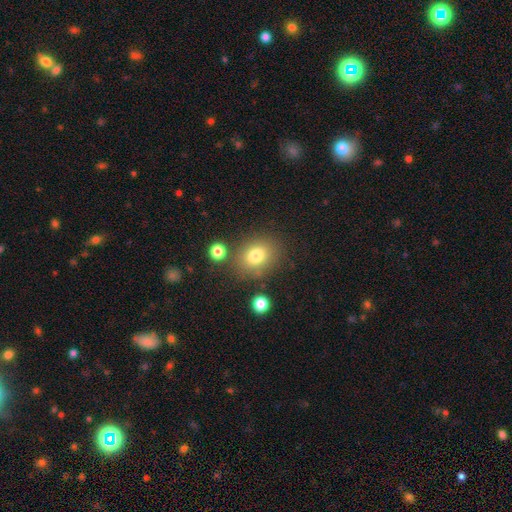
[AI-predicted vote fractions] Smooth or featured? smooth (78%)
How rounded? round (56%)
Merging? none (76%)